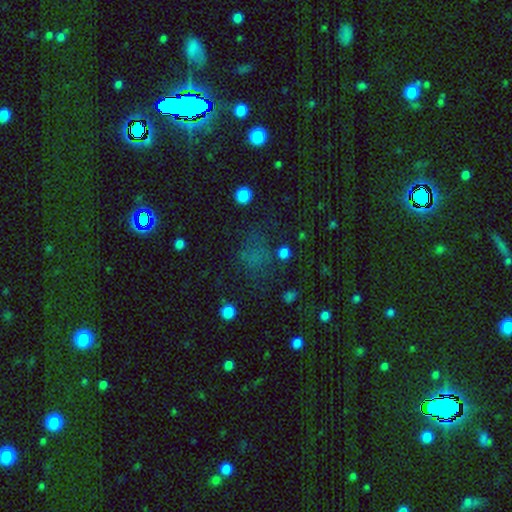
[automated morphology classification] Overall: star or artifact (45%; smooth 44%).